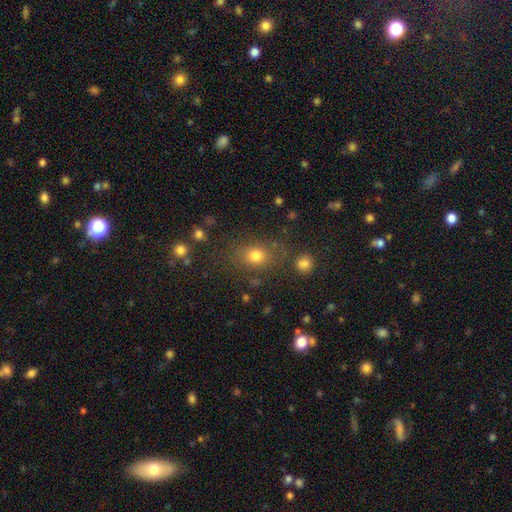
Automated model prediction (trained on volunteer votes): This is likely a smooth galaxy (77%). How rounded: possibly round (58%). Merging: likely none (75%).